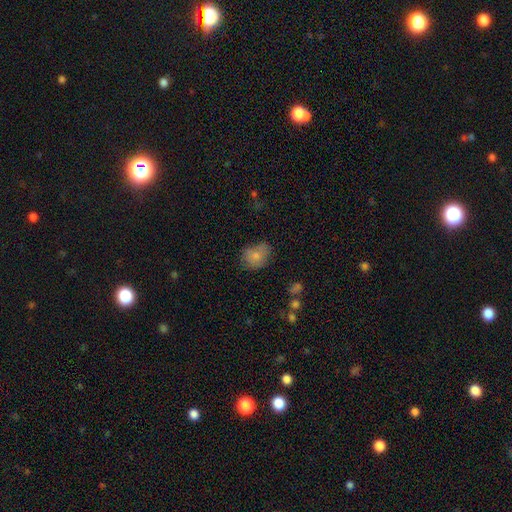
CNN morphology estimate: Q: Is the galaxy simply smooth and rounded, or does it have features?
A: smooth — 78%.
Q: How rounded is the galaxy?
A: in between — 58%.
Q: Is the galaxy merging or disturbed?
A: none — 53%.